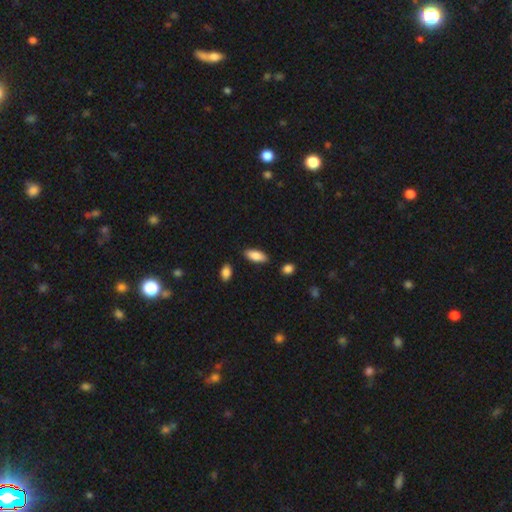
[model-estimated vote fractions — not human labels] The model was most divided on "how rounded": in between: 78%, cigar-shaped: 20%, round: 2%. More confident: smooth or featured — smooth (86%); merging — none (84%).